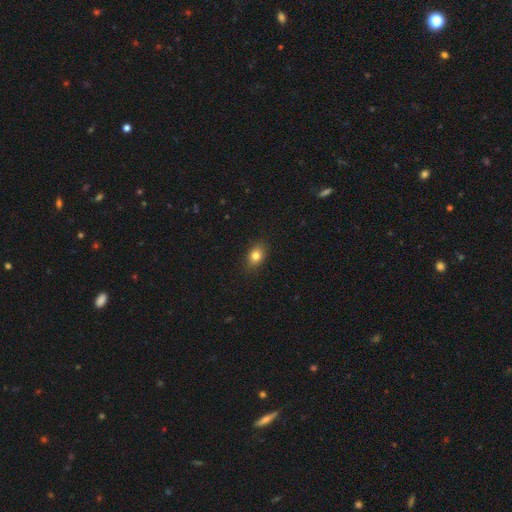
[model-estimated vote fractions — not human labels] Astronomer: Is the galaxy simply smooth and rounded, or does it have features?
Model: smooth — 81%.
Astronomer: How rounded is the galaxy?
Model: in between — 76%.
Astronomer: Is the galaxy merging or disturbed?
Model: none — 87%.